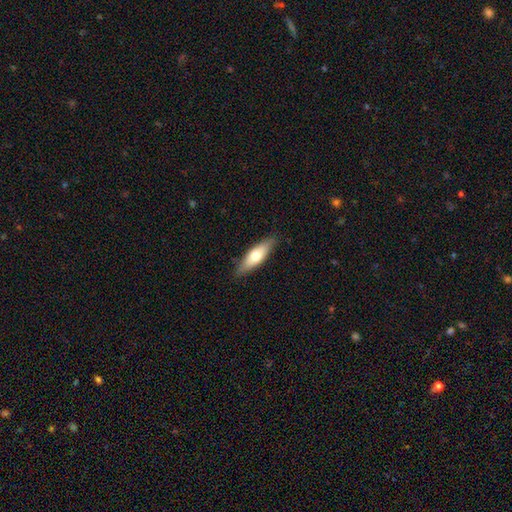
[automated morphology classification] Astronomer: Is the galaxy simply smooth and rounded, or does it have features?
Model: smooth — 61%.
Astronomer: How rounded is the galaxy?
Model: cigar-shaped — 50% (runner-up: in between, 48%).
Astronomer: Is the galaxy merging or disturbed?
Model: none — 85%.